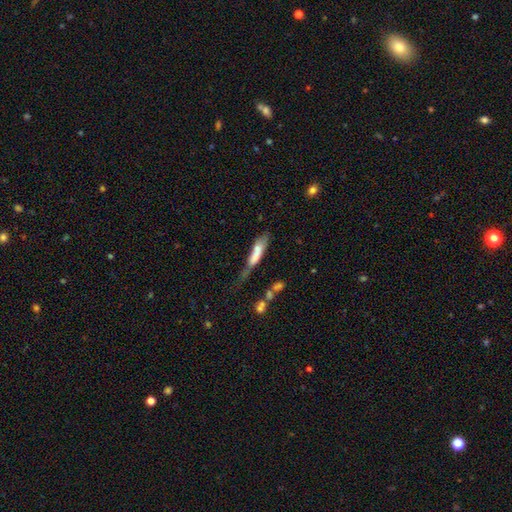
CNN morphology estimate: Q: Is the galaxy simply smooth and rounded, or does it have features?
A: smooth — 64%.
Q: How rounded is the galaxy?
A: cigar-shaped — 75%.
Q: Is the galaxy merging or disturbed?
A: major disturbance — 32%.